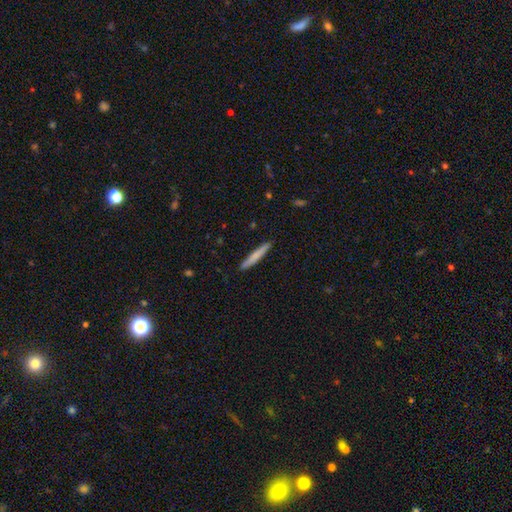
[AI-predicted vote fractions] smooth_or_featured: smooth (p=0.73) [alt: featured or disk p=0.22]
how_rounded: cigar-shaped (p=0.95) [alt: in between p=0.03]
merging: none (p=0.91) [alt: minor disturbance p=0.07]